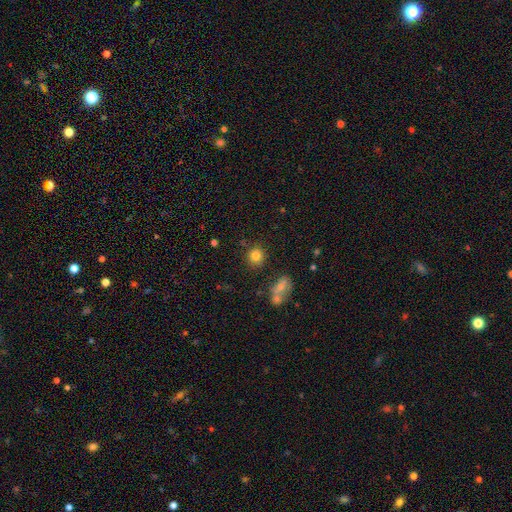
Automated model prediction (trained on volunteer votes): Smooth or featured? Predicted: smooth (p=0.81). How rounded? Predicted: round (p=0.88). Merging? Predicted: none (p=0.82).